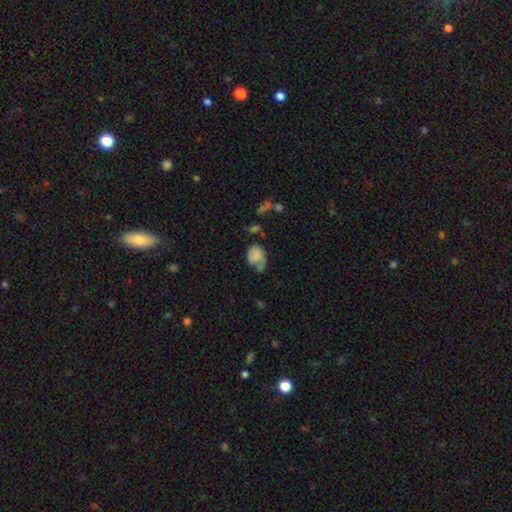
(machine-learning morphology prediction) A smooth galaxy with no disk features (72%) that is in between round and cigar-shaped (56%). Merging: none (32%).